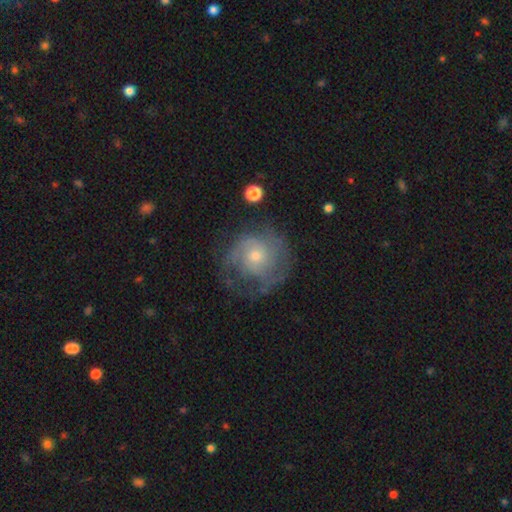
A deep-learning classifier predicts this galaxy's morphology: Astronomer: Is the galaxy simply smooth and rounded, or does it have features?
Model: featured or disk — 69%.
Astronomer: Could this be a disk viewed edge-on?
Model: no — 98%.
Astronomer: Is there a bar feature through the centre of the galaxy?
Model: no — 80%.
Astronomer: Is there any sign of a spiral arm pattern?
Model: yes — 83%.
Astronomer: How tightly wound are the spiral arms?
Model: tight — 51% (runner-up: medium, 35%).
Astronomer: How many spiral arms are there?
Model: can't tell — 40% (runner-up: 2, 28%).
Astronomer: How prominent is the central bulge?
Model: small — 54% (runner-up: moderate, 41%).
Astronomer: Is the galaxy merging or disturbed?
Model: none — 56%.